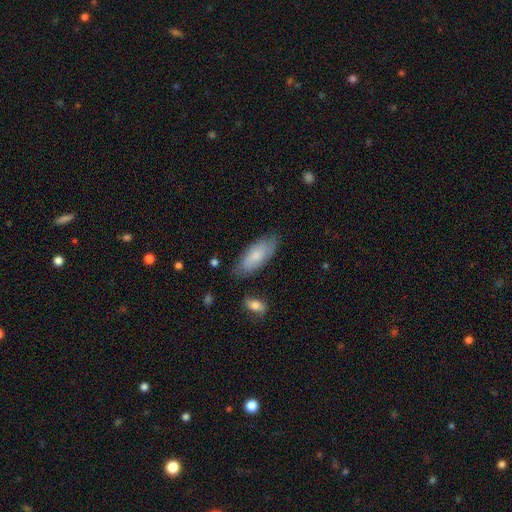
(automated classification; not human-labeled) Smooth or featured?
  - smooth: 76% *
  - featured or disk: 18%
  - star or artifact: 6%
How rounded?
  - in between: 80% *
  - cigar-shaped: 18%
  - round: 2%
Merging?
  - none: 75% *
  - minor disturbance: 18%
  - major disturbance: 4%
  - merger: 3%